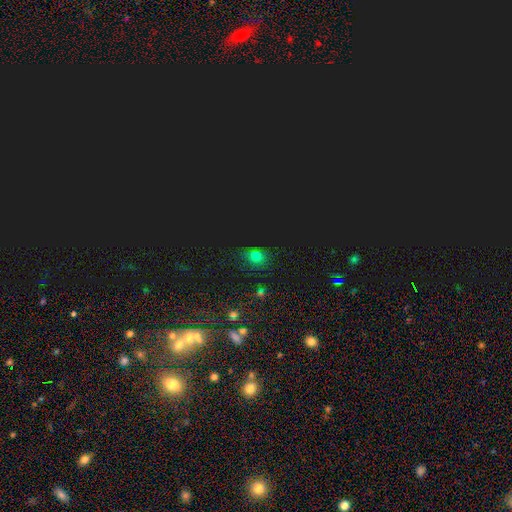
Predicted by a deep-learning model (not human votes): A smooth galaxy with no disk features (52%) that is round (66%).

Vote fractions:
- Smooth or featured? smooth: 52% / star or artifact: 41% / featured or disk: 7%
- How rounded? round: 66% / in between: 32% / cigar-shaped: 2%
- Merging? none: 78% / minor disturbance: 14% / major disturbance: 5% / merger: 3%